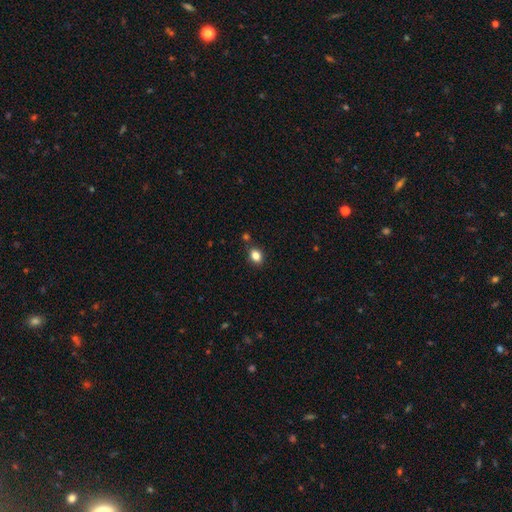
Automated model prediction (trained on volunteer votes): Smooth or featured? Predicted: smooth (p=0.83). How rounded? Predicted: in between (p=0.62). Merging? Predicted: none (p=0.82).